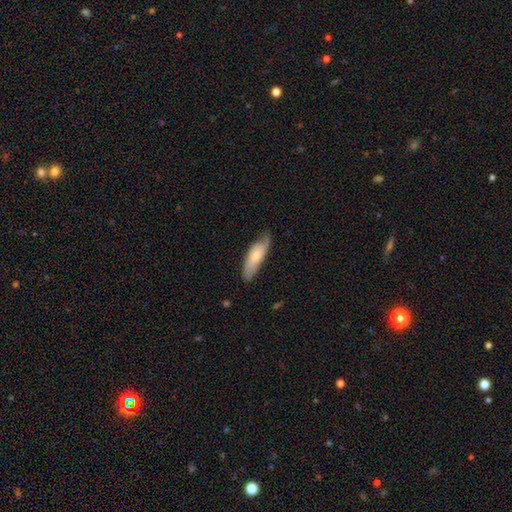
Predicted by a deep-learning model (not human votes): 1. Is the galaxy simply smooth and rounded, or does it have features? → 64% smooth, 30% featured or disk, 5% star or artifact.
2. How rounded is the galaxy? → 52% cigar-shaped, 46% in between, 2% round.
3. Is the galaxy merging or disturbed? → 69% none, 24% minor disturbance, 5% major disturbance, 1% merger.